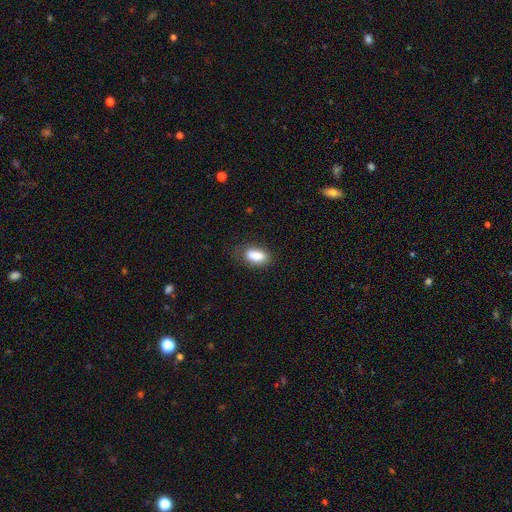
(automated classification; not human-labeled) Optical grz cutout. It shows a smooth galaxy with no disk features (87%) that is in between round and cigar-shaped (90%). Merging: none (73%).